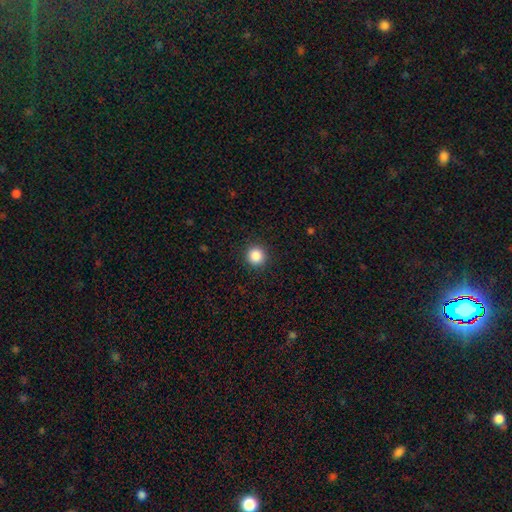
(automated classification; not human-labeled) Q: Smooth or featured?
A: smooth (87%); runner-up: star or artifact (10%)
Q: How rounded?
A: round (95%); runner-up: in between (4%)
Q: Merging?
A: none (92%); runner-up: minor disturbance (5%)